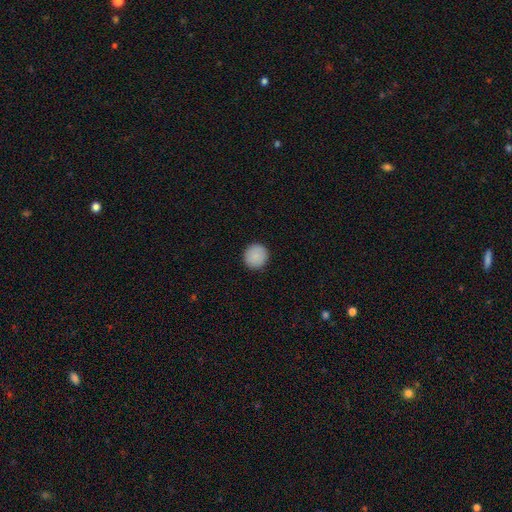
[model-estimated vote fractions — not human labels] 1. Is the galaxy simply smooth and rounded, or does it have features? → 89% smooth, 7% star or artifact, 4% featured or disk.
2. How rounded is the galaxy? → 95% round, 4% in between, 1% cigar-shaped.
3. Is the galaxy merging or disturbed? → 93% none, 5% minor disturbance, 2% major disturbance, 1% merger.